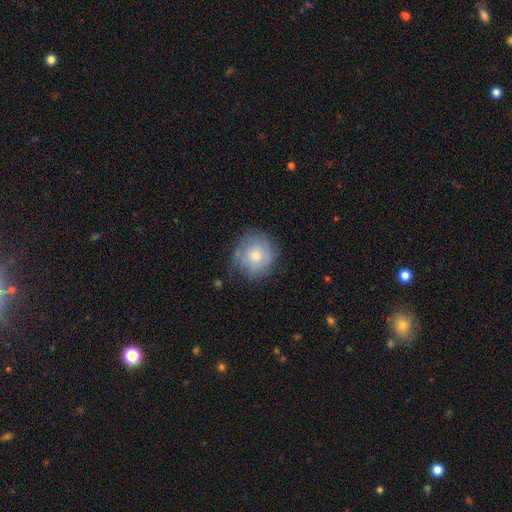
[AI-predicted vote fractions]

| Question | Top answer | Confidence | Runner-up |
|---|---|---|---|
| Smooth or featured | smooth | 59% | featured or disk (33%) |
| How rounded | round | 89% | in between (10%) |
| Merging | none | 69% | minor disturbance (22%) |